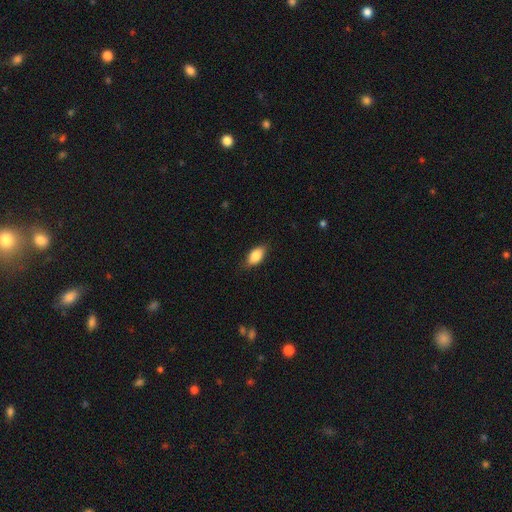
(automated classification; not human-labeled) Smooth or featured? smooth (83%)
How rounded? in between (89%)
Merging? none (80%)